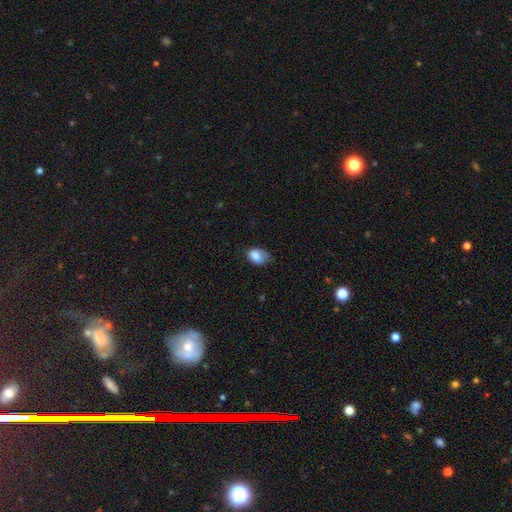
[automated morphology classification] Q: Smooth or featured?
A: smooth (81%); runner-up: featured or disk (12%)
Q: How rounded?
A: in between (80%); runner-up: round (19%)
Q: Merging?
A: none (40%); runner-up: minor disturbance (39%)